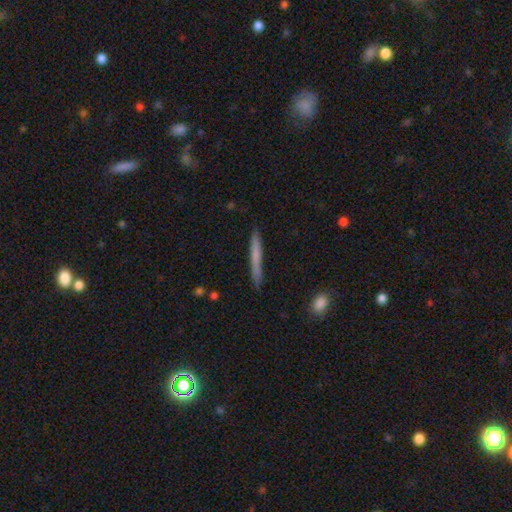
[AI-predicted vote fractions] smooth 63%, featured or disk 31%, star or artifact 6%. Down the decision tree: how rounded — cigar-shaped (96%); merging — none (88%).